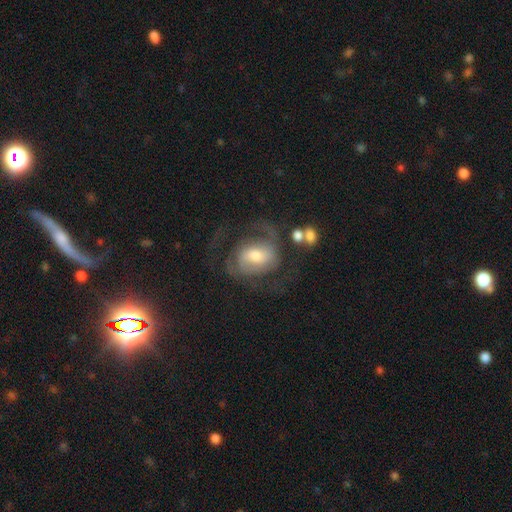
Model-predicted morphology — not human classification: A featured or disk galaxy (79%) with a weak bar (47%), 2 (80%) medium (50%) spiral arms (92%) and a moderate central bulge (58%).

Vote fractions:
- Smooth or featured? featured or disk: 79% / smooth: 14% / star or artifact: 6%
- Edge-on disk? no: 97% / yes: 3%
- Bar? weak: 47% / no: 34% / strong: 19%
- Spiral arms? yes: 92% / no: 8%
- Spiral winding? medium: 50% / loose: 29% / tight: 20%
- Spiral arm count? 2: 80% / can't tell: 7% / 1: 5% / 3: 4% / 4: 2% / more than 4: 2%
- Bulge size? moderate: 58% / small: 23% / large: 14% / none: 2% / dominant: 2%
- Merging? none: 56% / major disturbance: 23% / minor disturbance: 16% / merger: 5%